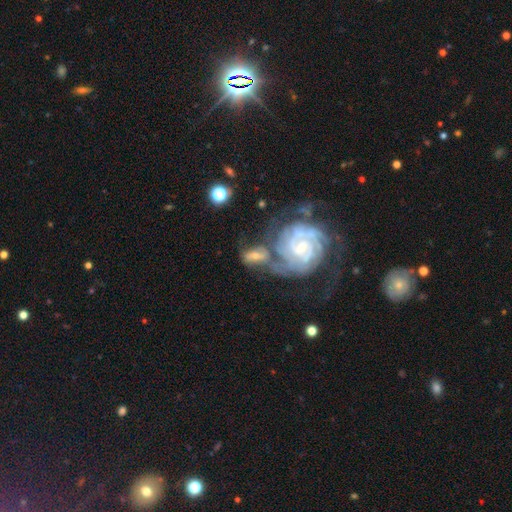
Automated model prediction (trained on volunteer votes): The model was most divided on "spiral arm count": 2: 32%, can't tell: 28%, 3: 21%, 4: 9%, 1: 5%, more than 4: 5%. Remaining: edge-on disk — no (96%); spiral arms — yes (94%); smooth or featured — featured or disk (79%); spiral winding — tight (69%); bulge size — small (63%); bar — no (49%); merging — merger (44%).